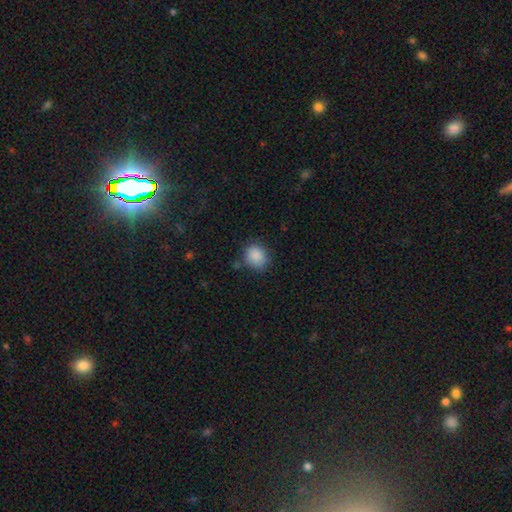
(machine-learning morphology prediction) This appears to be a smooth galaxy with no disk features (88%) that is round (66%). Merging: none (78%).